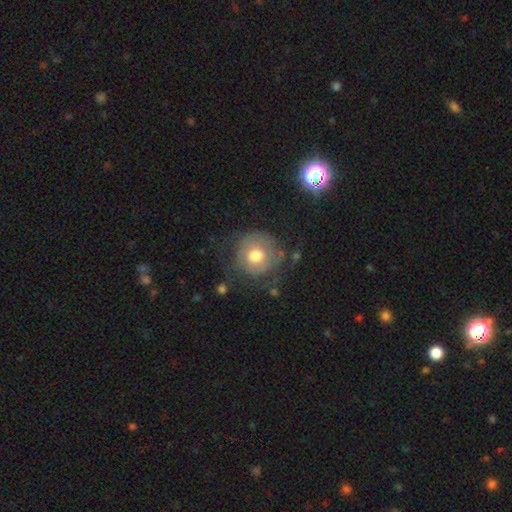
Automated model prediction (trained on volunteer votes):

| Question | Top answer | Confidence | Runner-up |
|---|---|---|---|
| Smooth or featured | featured or disk | 48% | smooth (44%) |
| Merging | none | 60% | minor disturbance (21%) |